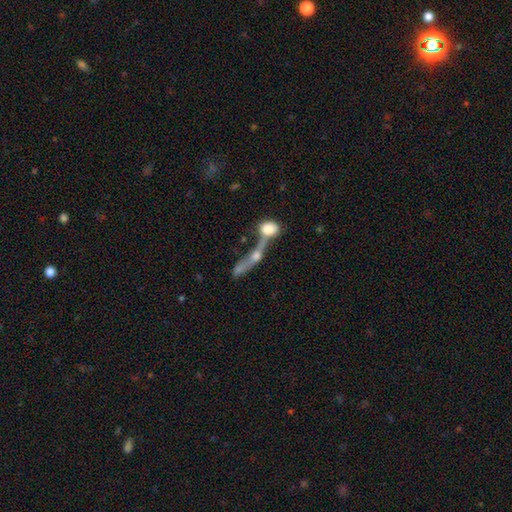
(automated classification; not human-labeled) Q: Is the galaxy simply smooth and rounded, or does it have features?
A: smooth — 46%.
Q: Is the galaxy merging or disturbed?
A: merger — 62%.